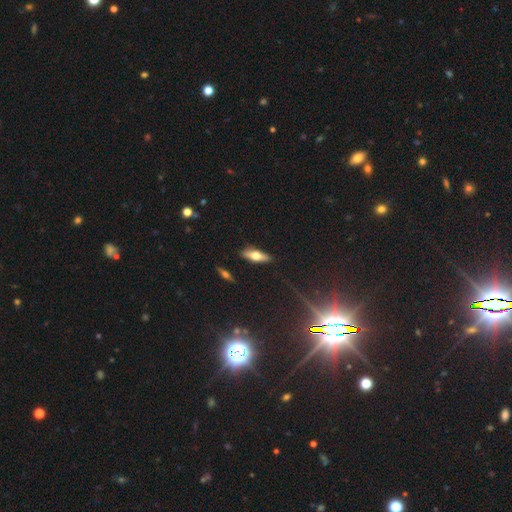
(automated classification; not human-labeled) Morphology: type=smooth (52%); roundness=in between (49%); merging=none (86%).